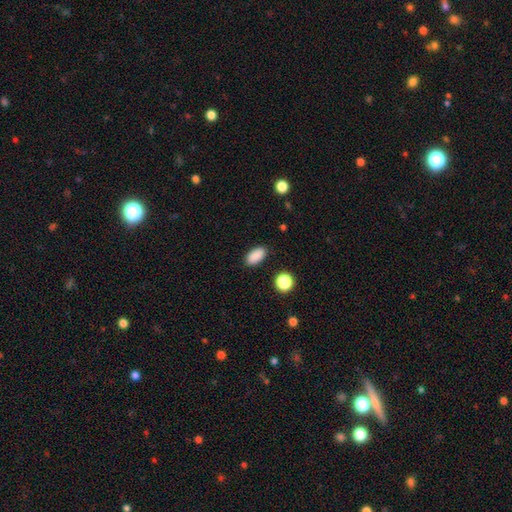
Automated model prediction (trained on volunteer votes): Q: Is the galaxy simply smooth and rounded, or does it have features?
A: smooth — 88%.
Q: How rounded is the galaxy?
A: in between — 91%.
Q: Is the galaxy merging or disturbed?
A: none — 88%.